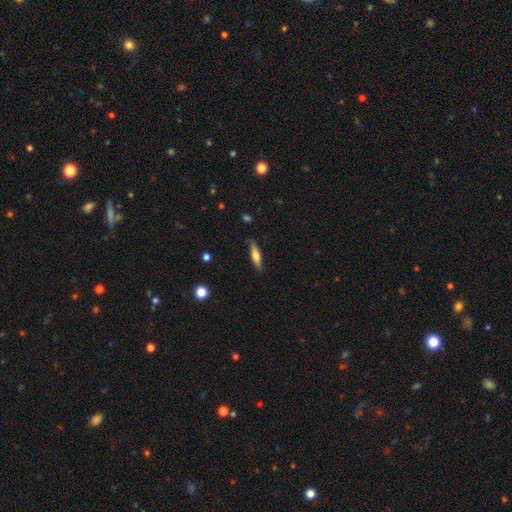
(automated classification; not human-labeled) Q: Smooth or featured?
A: smooth (59%); runner-up: featured or disk (35%)
Q: How rounded?
A: cigar-shaped (68%); runner-up: in between (30%)
Q: Merging?
A: none (81%); runner-up: minor disturbance (15%)